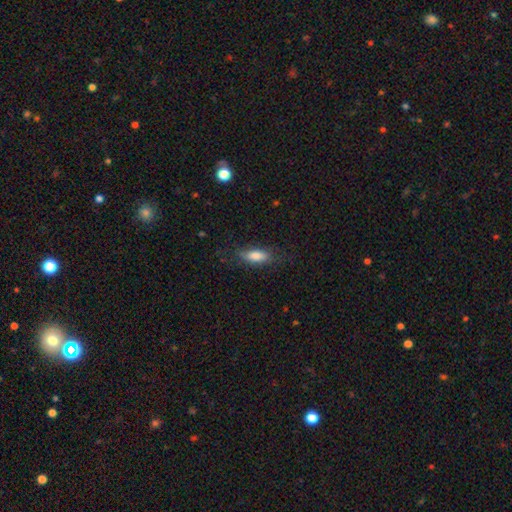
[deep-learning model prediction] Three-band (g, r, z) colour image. It shows a smooth galaxy with no disk features (78%) that is in between round and cigar-shaped (71%). Merging: none (74%).